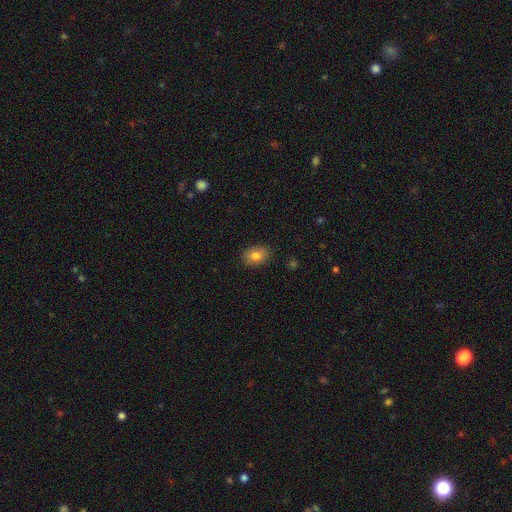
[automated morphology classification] Smooth or featured? smooth (81%)
How rounded? in between (78%)
Merging? none (87%)